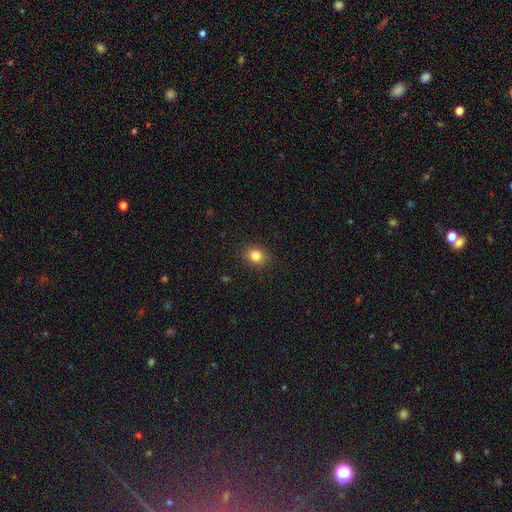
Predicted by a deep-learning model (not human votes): This is clearly a smooth galaxy (84%). How rounded: likely round (67%). Merging: clearly none (89%).